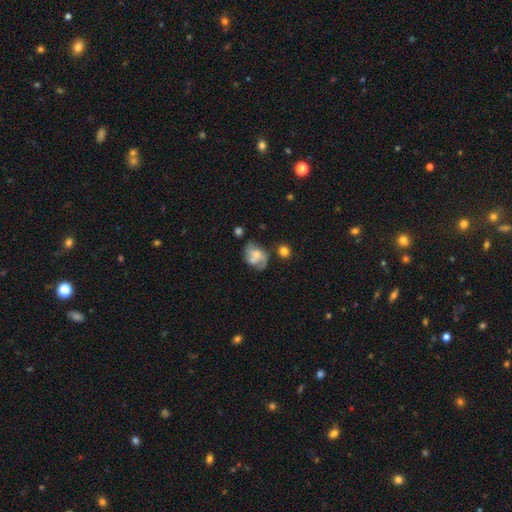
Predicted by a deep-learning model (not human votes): Smooth or featured: featured or disk — 53% (smooth — 38%)
Edge-on disk: no — 97% (yes — 3%)
Bar: no — 72% (weak — 23%)
Spiral arms: yes — 64% (no — 36%)
Bulge size: moderate — 38% (small — 34%)
Merging: none — 37% (minor disturbance — 23%)